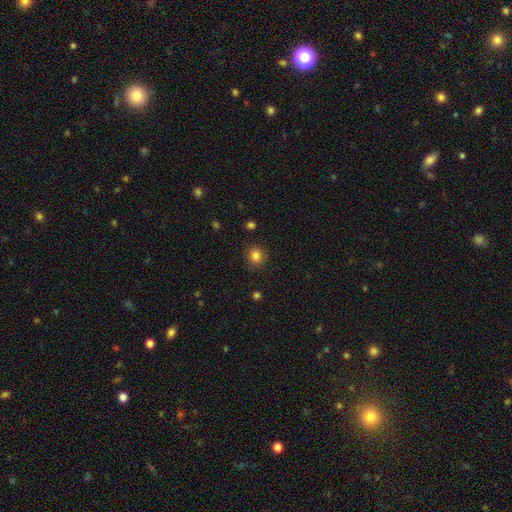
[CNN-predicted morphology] Smooth or featured? smooth (84%)
How rounded? round (87%)
Merging? none (87%)